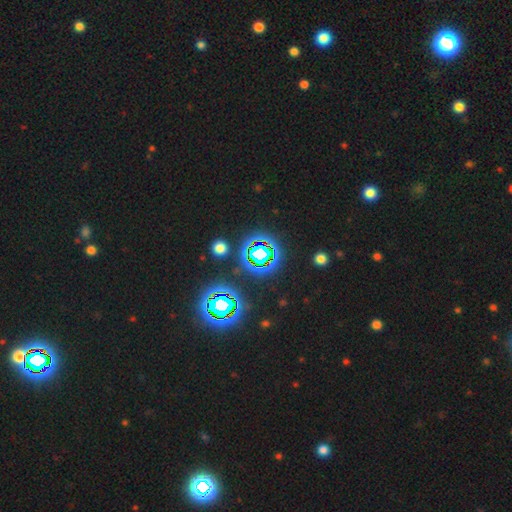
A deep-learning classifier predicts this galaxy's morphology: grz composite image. It shows a star or artifact, not a galaxy (71%).